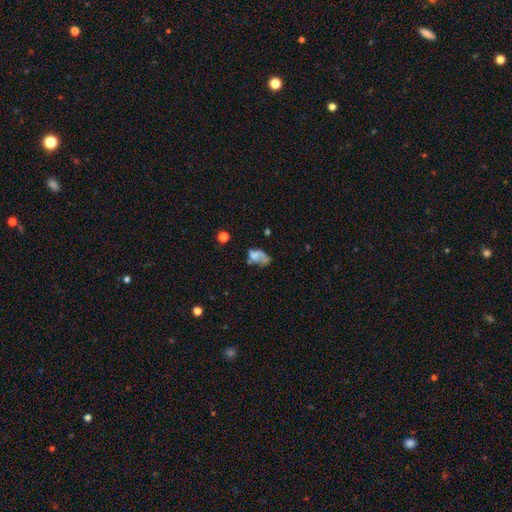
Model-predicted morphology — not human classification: Q: Smooth or featured?
A: smooth (48%); runner-up: featured or disk (38%)
Q: Merging?
A: major disturbance (35%); runner-up: none (23%)